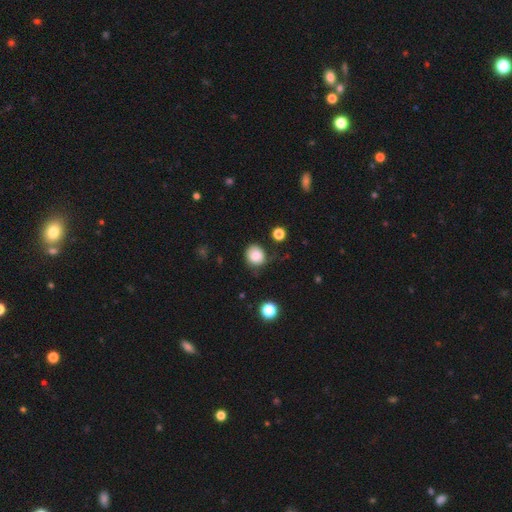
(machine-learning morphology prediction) Smooth or featured? Predicted: smooth (p=0.84). How rounded? Predicted: round (p=0.76). Merging? Predicted: none (p=0.64).